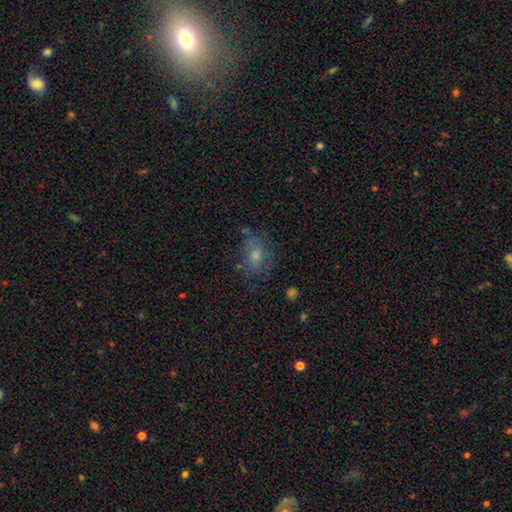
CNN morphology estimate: Q: Smooth or featured?
A: smooth (62%); runner-up: featured or disk (20%)
Q: How rounded?
A: in between (53%); runner-up: round (45%)
Q: Merging?
A: none (66%); runner-up: minor disturbance (21%)